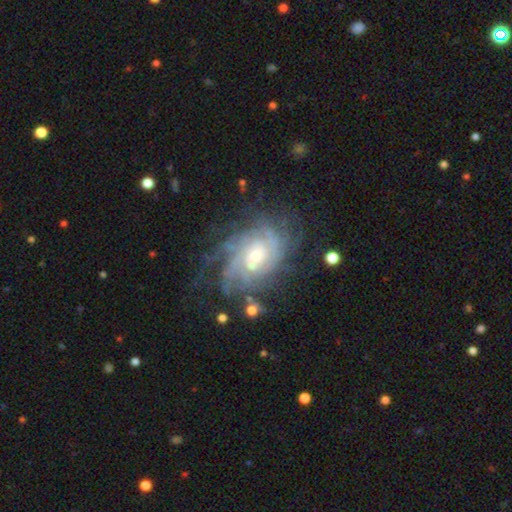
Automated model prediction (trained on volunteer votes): This appears to be a featured or disk galaxy (86%) with no bar (70%), tight (68%) spiral arms (95%) and a small central bulge (47%). Merging: none (64%).